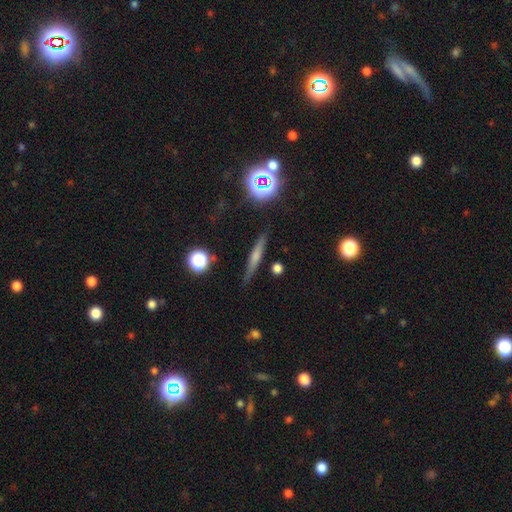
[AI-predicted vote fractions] Smooth or featured? Predicted: featured or disk (p=0.55). Edge-on disk? Predicted: yes (p=0.93). Edge-on bulge? Predicted: rounded (p=0.71). Merging? Predicted: none (p=0.87).